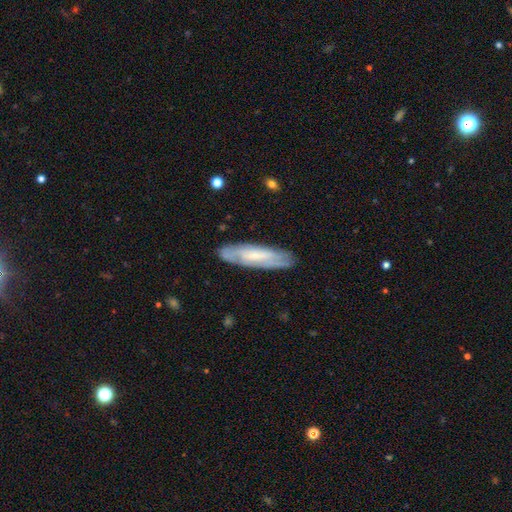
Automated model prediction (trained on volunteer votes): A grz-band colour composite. It shows a featured or disk galaxy (53%). Merging: none (82%).